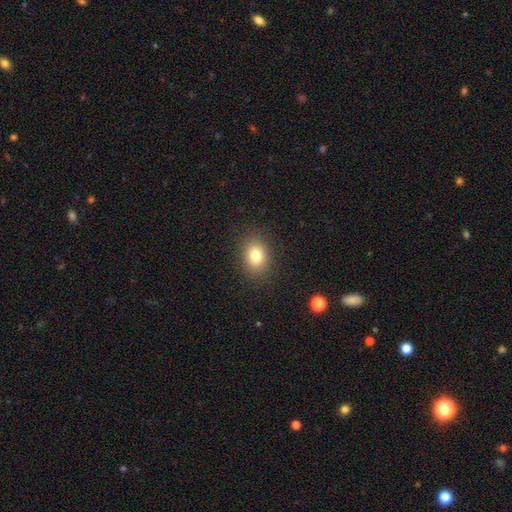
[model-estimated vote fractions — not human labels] Morphology: type=smooth (80%); roundness=in between (62%); merging=none (88%).